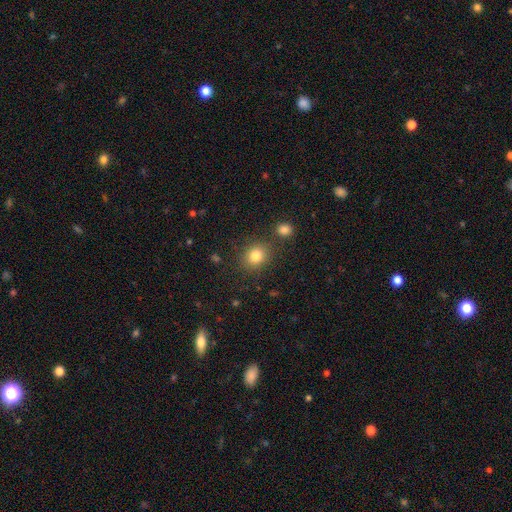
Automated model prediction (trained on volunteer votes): Smooth or featured: smooth — 81% (star or artifact — 12%)
How rounded: round — 74% (in between — 25%)
Merging: none — 82% (minor disturbance — 9%)